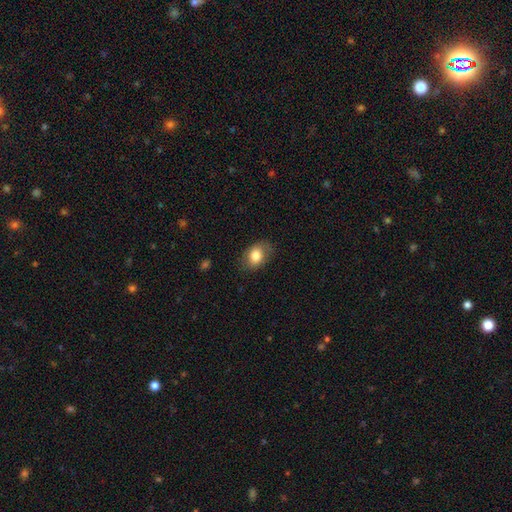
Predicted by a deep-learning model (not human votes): smooth-or-featured: smooth: 79% | featured or disk: 13% | star or artifact: 8%
  how-rounded: in between: 75% | round: 24% | cigar-shaped: 1%
  merging: none: 74% | minor disturbance: 19% | major disturbance: 6% | merger: 1%